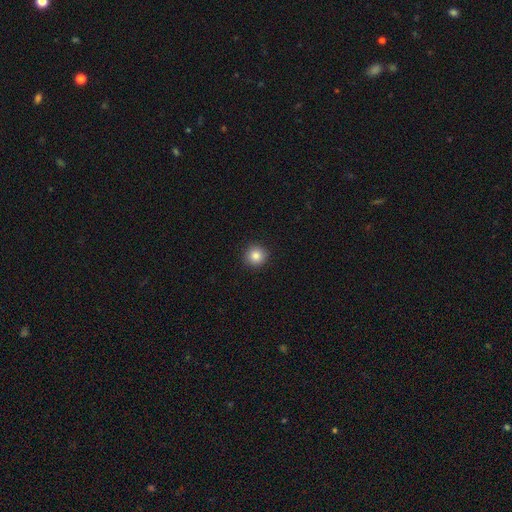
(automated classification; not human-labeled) smooth 85%, star or artifact 10%, featured or disk 5%. Down the decision tree: how rounded — round (94%); merging — none (92%).